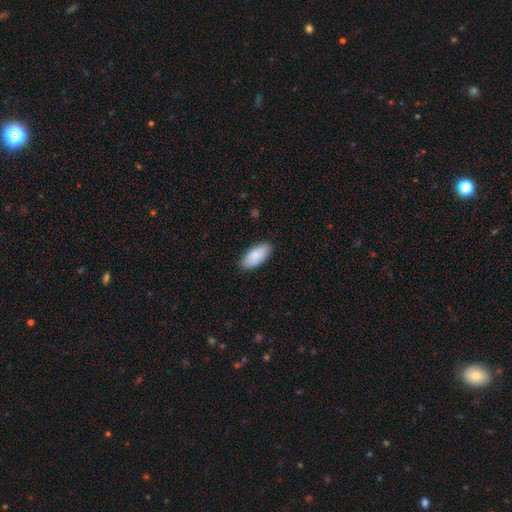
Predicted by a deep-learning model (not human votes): smooth-or-featured: smooth: 86% | featured or disk: 8% | star or artifact: 6%
  how-rounded: in between: 90% | cigar-shaped: 8% | round: 2%
  merging: none: 87% | minor disturbance: 10% | major disturbance: 2% | merger: 1%